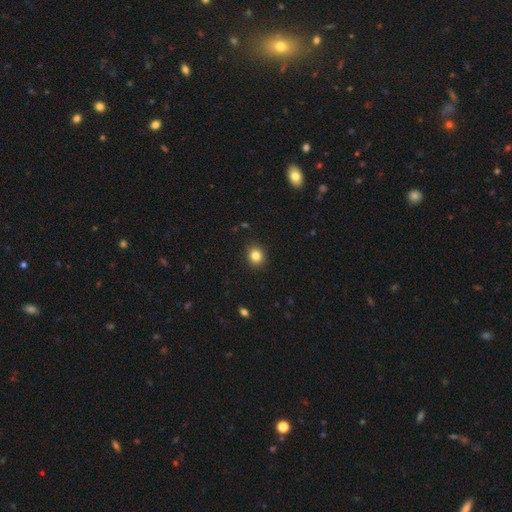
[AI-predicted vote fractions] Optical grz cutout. It shows a smooth galaxy with no disk features (83%) that is round (77%). Merging: none (91%).